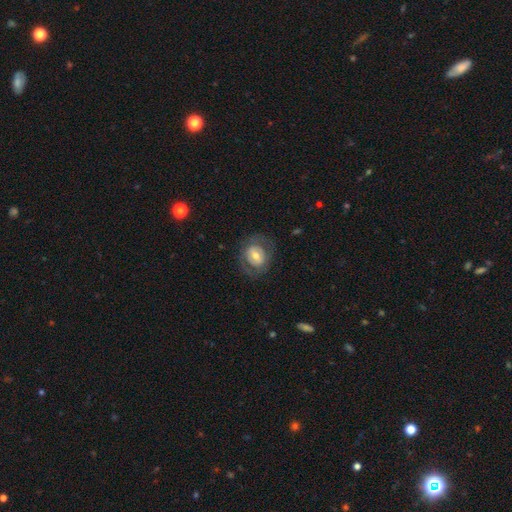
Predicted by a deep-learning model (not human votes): smooth 48%, featured or disk 44%, star or artifact 8%. Down the decision tree: merging — none (71%).